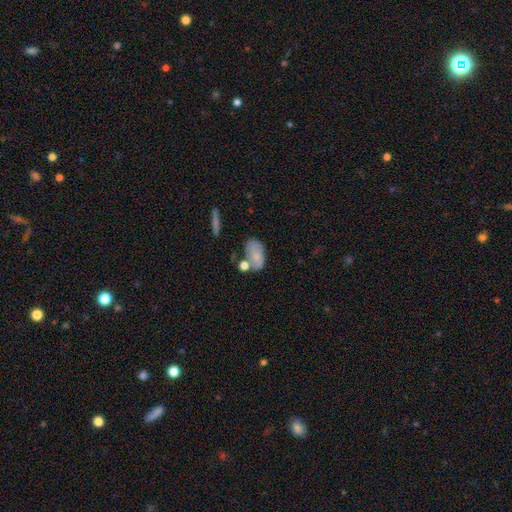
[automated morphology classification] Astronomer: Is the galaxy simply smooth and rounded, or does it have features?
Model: smooth — 69%.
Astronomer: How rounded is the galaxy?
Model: in between — 88%.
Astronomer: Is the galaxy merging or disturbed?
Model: none — 39% (runner-up: merger, 27%).